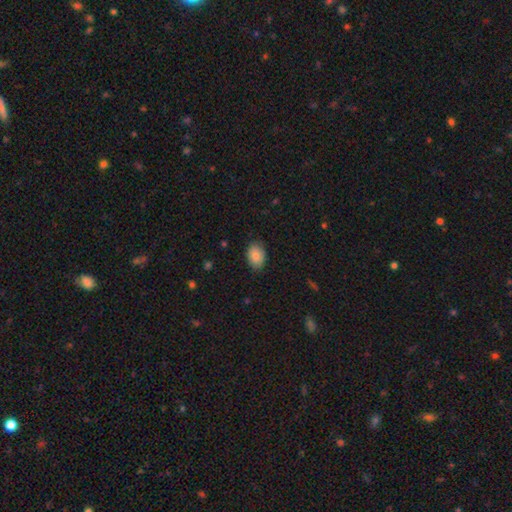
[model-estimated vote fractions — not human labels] smooth-or-featured: smooth: 84% | featured or disk: 9% | star or artifact: 7%
  how-rounded: in between: 81% | round: 18% | cigar-shaped: 1%
  merging: none: 82% | minor disturbance: 14% | major disturbance: 3% | merger: 1%